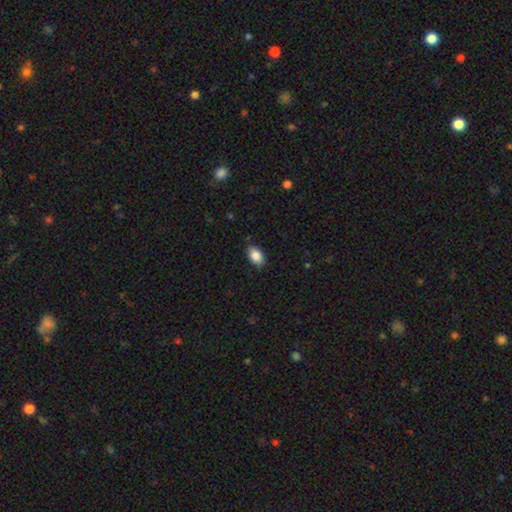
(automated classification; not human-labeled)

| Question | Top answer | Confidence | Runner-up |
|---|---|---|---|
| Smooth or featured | smooth | 87% | star or artifact (7%) |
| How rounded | in between | 91% | round (7%) |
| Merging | none | 87% | minor disturbance (10%) |